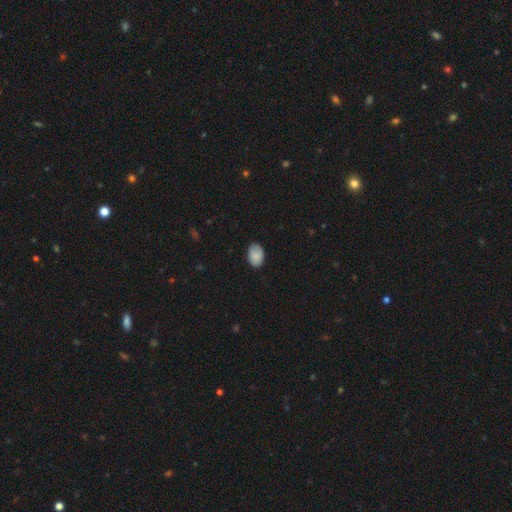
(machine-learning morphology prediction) Smooth or featured? Predicted: smooth (p=0.86). How rounded? Predicted: in between (p=0.87). Merging? Predicted: none (p=0.79).